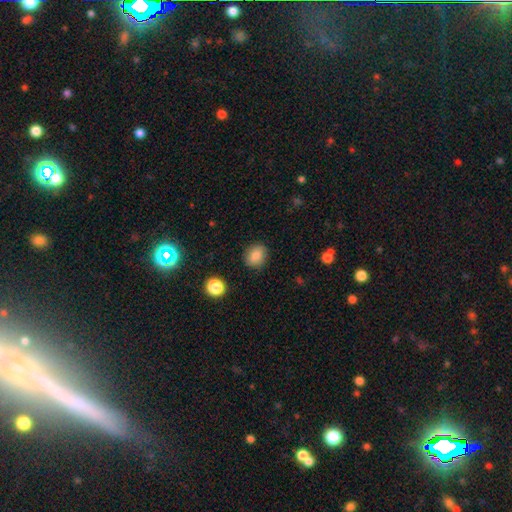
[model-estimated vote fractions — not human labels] This appears to be a smooth galaxy with no disk features (85%) that is round (57%). Merging: none (85%).